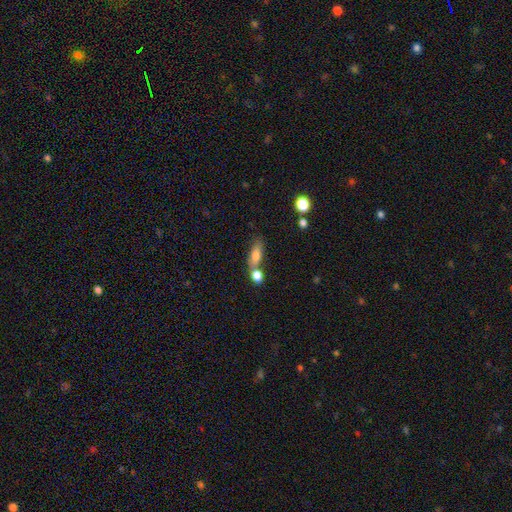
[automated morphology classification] Overall: smooth (75%). How rounded: in between (67%; cigar-shaped 27%). Merging: none (51%; merger 31%).